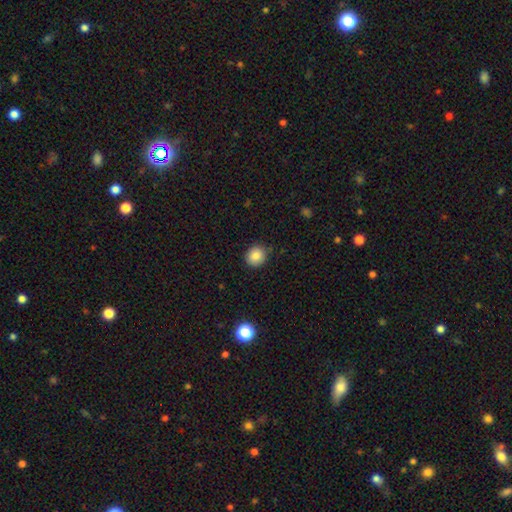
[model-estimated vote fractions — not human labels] Overall: smooth (83%). How rounded: round (85%). Merging: none (86%).